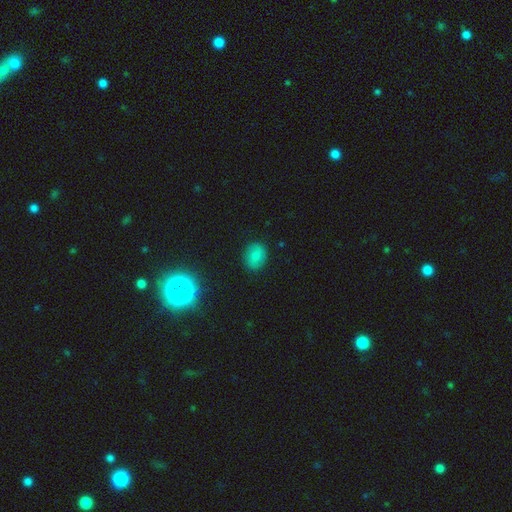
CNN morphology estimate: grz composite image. It shows a smooth galaxy with no disk features (73%) that is round (55%). Merging: none (85%).